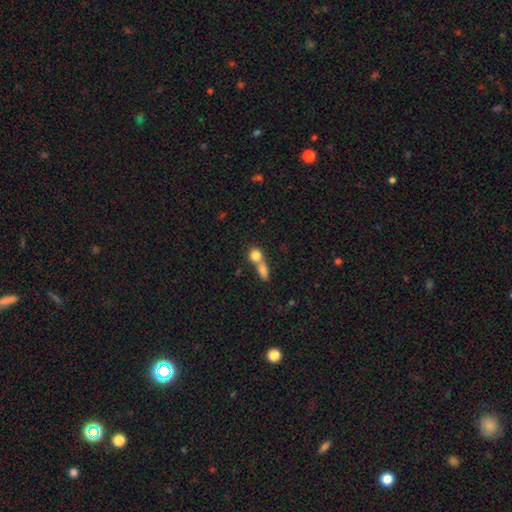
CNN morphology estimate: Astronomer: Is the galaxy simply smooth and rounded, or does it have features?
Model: smooth — 80%.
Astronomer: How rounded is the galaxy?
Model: round — 69%.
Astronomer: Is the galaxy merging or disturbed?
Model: merger — 59%.